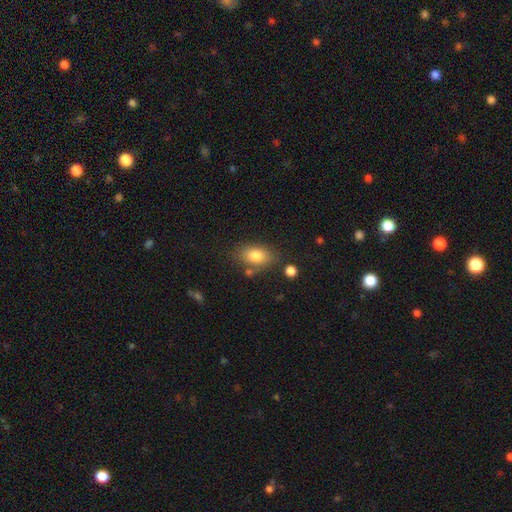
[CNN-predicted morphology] smooth_or_featured: smooth (p=0.81) [alt: featured or disk p=0.11]
how_rounded: in between (p=0.86) [alt: round p=0.12]
merging: none (p=0.71) [alt: minor disturbance p=0.17]